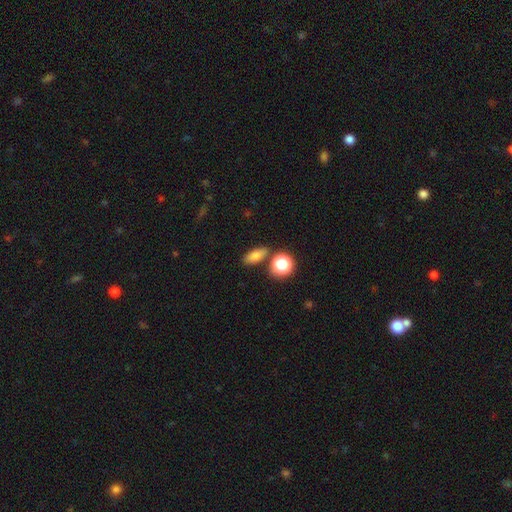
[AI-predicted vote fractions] Q: Smooth or featured?
A: smooth (76%); runner-up: star or artifact (14%)
Q: How rounded?
A: in between (73%); runner-up: round (15%)
Q: Merging?
A: none (78%); runner-up: minor disturbance (10%)